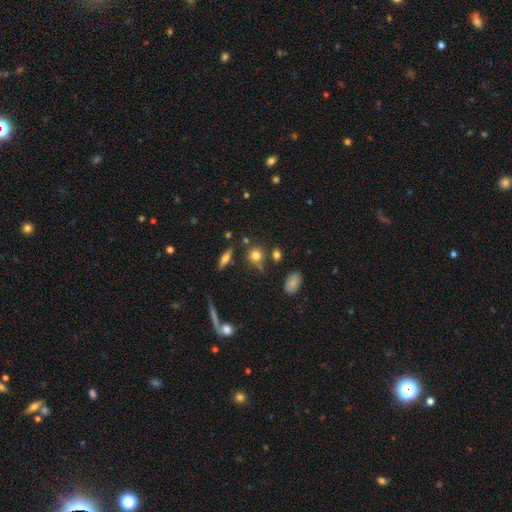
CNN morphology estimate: A smooth galaxy with no disk features (74%) that is round (83%).

Vote fractions:
- Smooth or featured? smooth: 74% / star or artifact: 14% / featured or disk: 12%
- How rounded? round: 83% / in between: 14% / cigar-shaped: 2%
- Merging? none: 71% / minor disturbance: 14% / merger: 11% / major disturbance: 5%